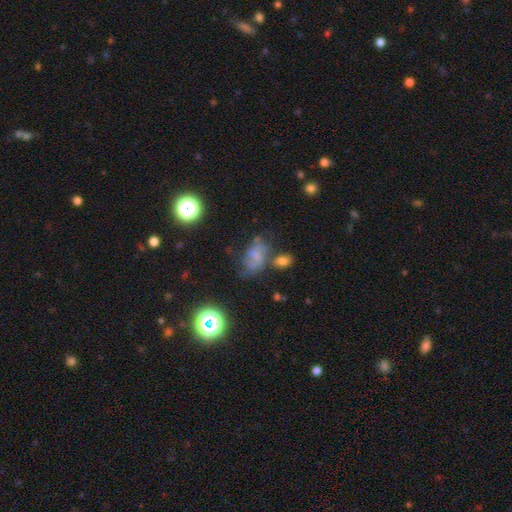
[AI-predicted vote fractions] This is possibly a smooth galaxy (48%). Merging: marginally none (41%).